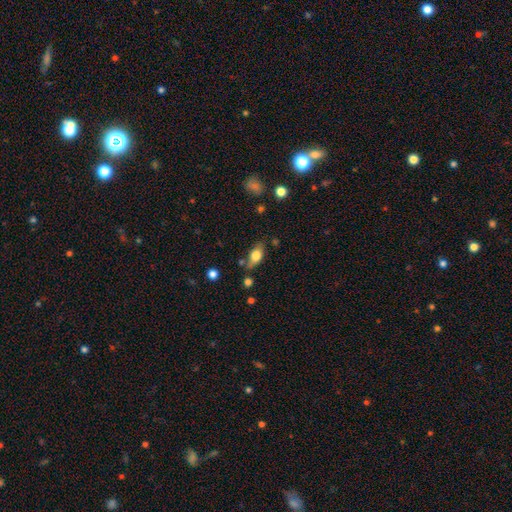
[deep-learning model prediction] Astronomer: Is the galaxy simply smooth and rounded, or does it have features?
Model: smooth — 70%.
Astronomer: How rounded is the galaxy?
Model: in between — 83%.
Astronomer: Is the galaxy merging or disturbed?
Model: none — 67%.